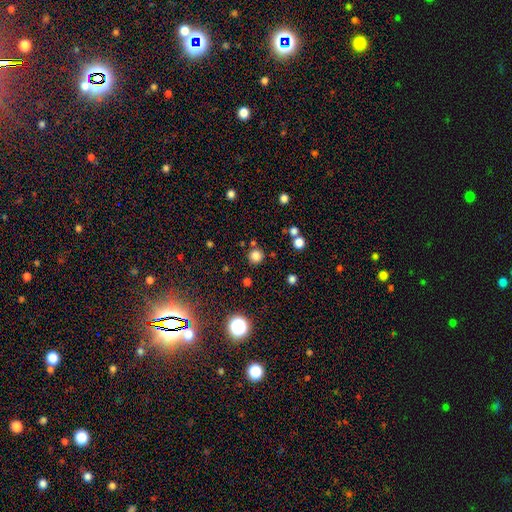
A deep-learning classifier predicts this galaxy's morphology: Smooth or featured?
  - smooth: 80% *
  - star or artifact: 15%
  - featured or disk: 5%
How rounded?
  - round: 93% *
  - in between: 6%
  - cigar-shaped: 1%
Merging?
  - none: 85% *
  - minor disturbance: 8%
  - merger: 5%
  - major disturbance: 3%